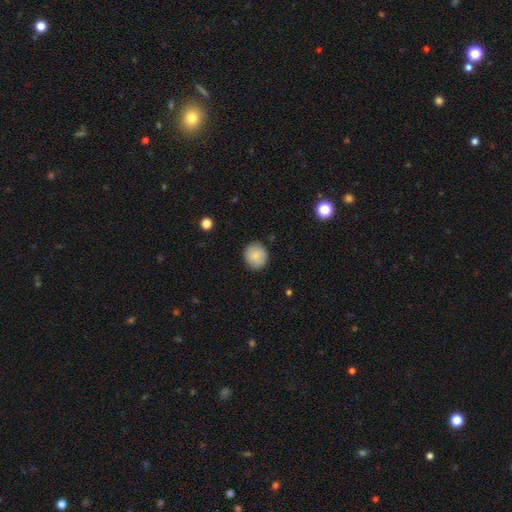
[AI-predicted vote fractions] smooth_or_featured: smooth (p=0.82) [alt: featured or disk p=0.10]
how_rounded: round (p=0.89) [alt: in between p=0.10]
merging: none (p=0.87) [alt: minor disturbance p=0.10]